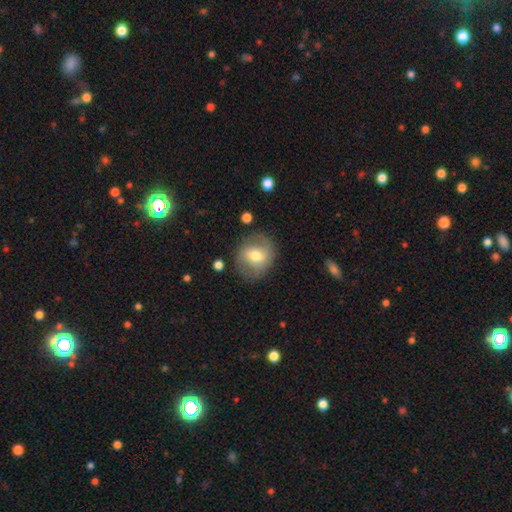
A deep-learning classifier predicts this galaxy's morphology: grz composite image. It shows a smooth galaxy with no disk features (58%) that is round (73%). Merging: none (77%).